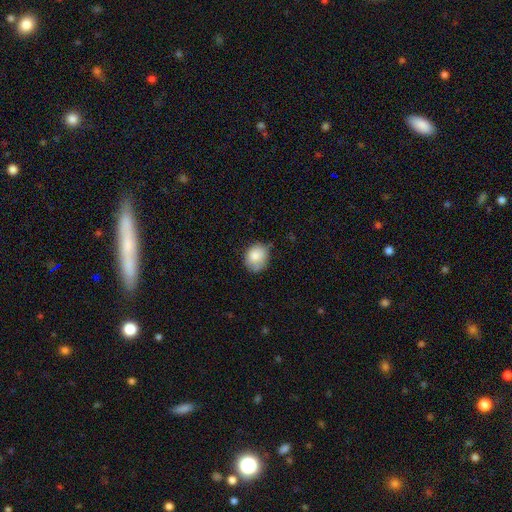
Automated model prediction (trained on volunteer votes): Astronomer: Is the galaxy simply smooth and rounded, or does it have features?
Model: smooth — 84%.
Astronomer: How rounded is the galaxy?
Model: round — 58% (runner-up: in between, 41%).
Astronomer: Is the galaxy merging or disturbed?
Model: none — 61%.